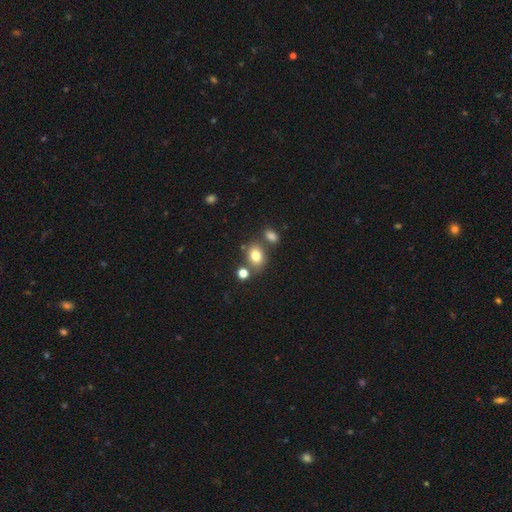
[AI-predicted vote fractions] Q: Smooth or featured?
A: smooth (79%); runner-up: star or artifact (11%)
Q: How rounded?
A: in between (64%); runner-up: round (35%)
Q: Merging?
A: none (64%); runner-up: merger (18%)